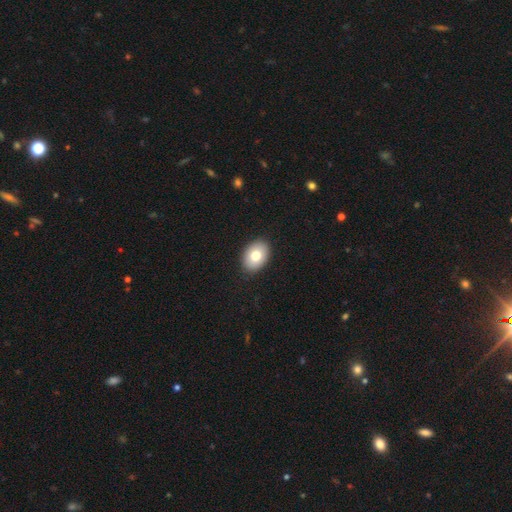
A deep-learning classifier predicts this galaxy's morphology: This is likely a smooth galaxy (75%). How rounded: likely in between (79%). Merging: clearly none (90%).